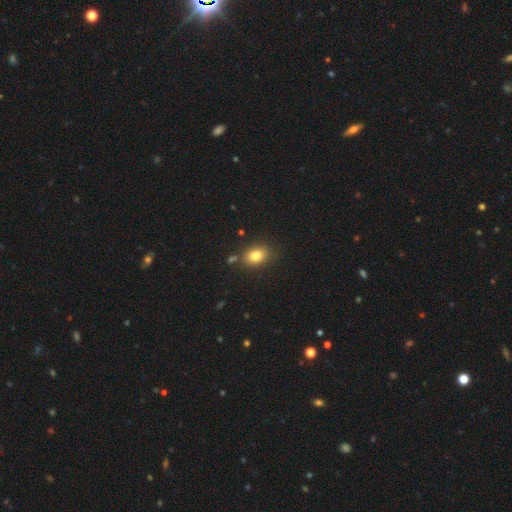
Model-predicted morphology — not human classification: The model was most divided on "how rounded": in between: 72%, round: 27%, cigar-shaped: 1%. More confident: smooth or featured — smooth (82%); merging — none (81%).